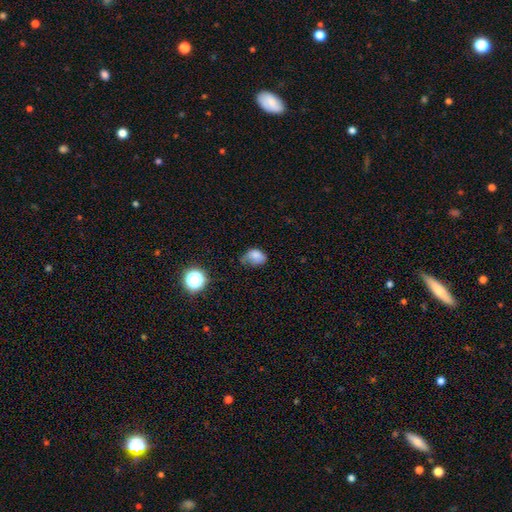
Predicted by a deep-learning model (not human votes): This is likely a smooth galaxy (76%). How rounded: likely in between (70%). Merging: marginally minor disturbance (42%).